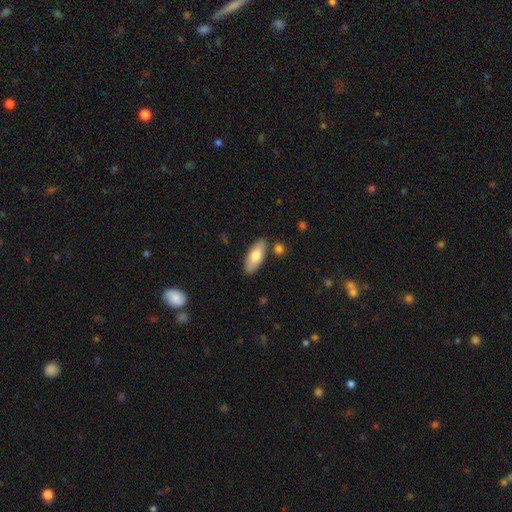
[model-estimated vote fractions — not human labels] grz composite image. It shows a smooth galaxy with no disk features (74%) that is in between round and cigar-shaped (81%). Merging: none (83%).